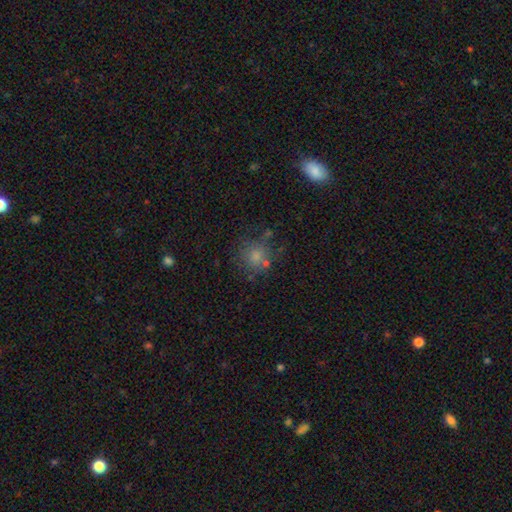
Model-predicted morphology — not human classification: A smooth galaxy with no disk features (68%) that is round (86%).

Vote fractions:
- Smooth or featured? smooth: 68% / star or artifact: 20% / featured or disk: 12%
- How rounded? round: 86% / in between: 13% / cigar-shaped: 1%
- Merging? none: 71% / minor disturbance: 14% / merger: 9% / major disturbance: 6%